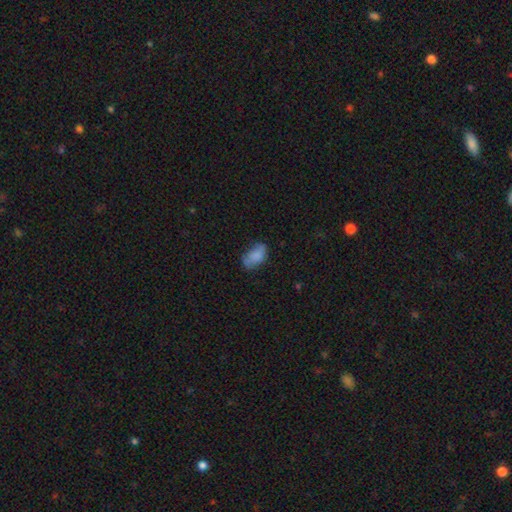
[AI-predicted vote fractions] smooth-or-featured: smooth: 78% | featured or disk: 13% | star or artifact: 9%
  how-rounded: in between: 92% | round: 6% | cigar-shaped: 2%
  merging: none: 55% | minor disturbance: 32% | major disturbance: 11% | merger: 2%